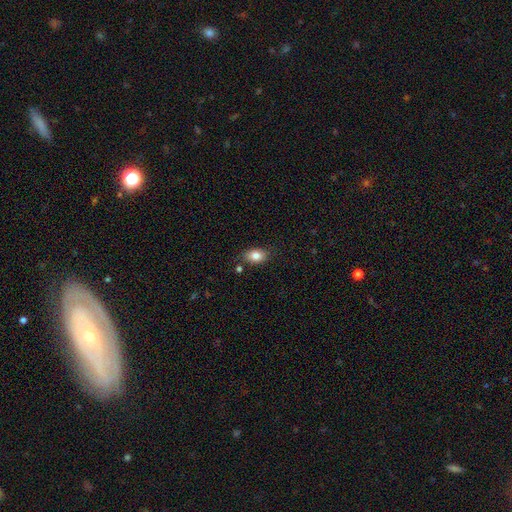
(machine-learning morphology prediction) Smooth or featured: smooth — 83% (star or artifact — 9%)
How rounded: in between — 82% (round — 16%)
Merging: none — 79% (minor disturbance — 14%)